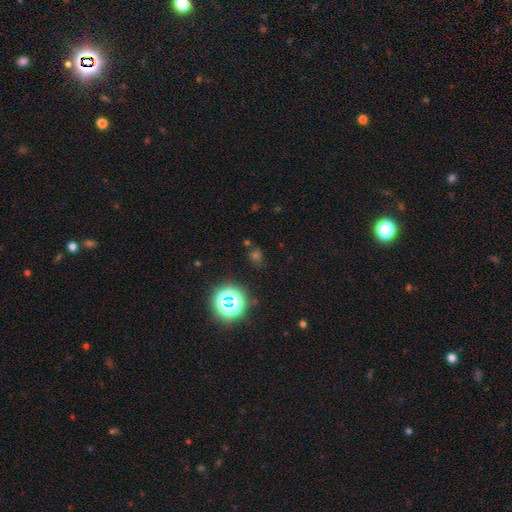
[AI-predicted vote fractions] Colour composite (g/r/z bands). It shows a star or artifact, not a galaxy (57%).